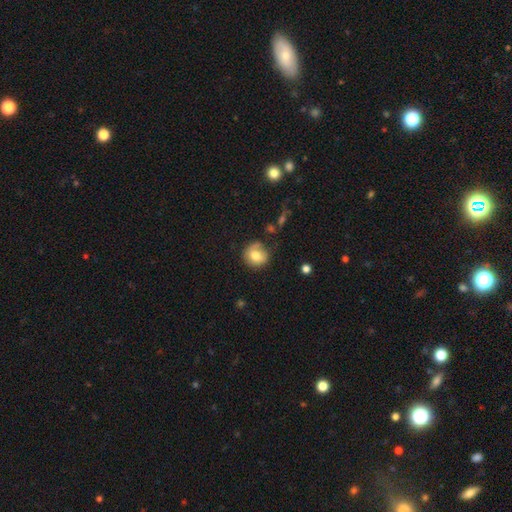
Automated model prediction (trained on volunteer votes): Smooth or featured: smooth — 74% (featured or disk — 16%)
How rounded: round — 86% (in between — 13%)
Merging: none — 68% (minor disturbance — 21%)